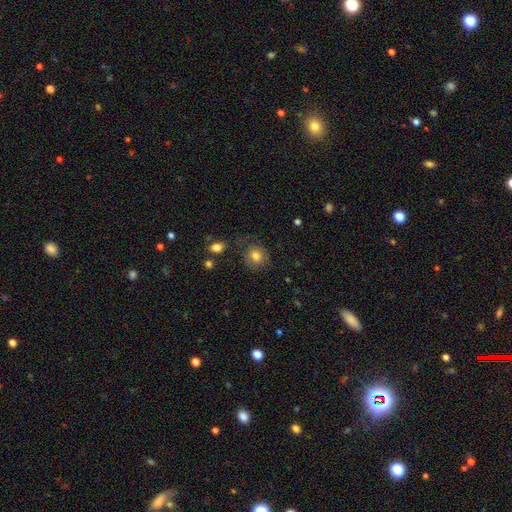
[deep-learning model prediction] smooth 77%, featured or disk 14%, star or artifact 10%. Down the decision tree: how rounded — round (83%); merging — none (67%).